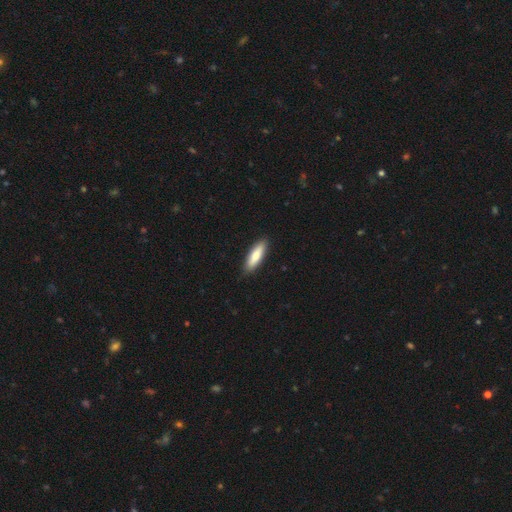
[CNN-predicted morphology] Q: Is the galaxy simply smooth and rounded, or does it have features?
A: smooth — 77%.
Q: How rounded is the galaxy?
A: cigar-shaped — 57%.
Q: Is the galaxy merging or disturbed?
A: none — 89%.